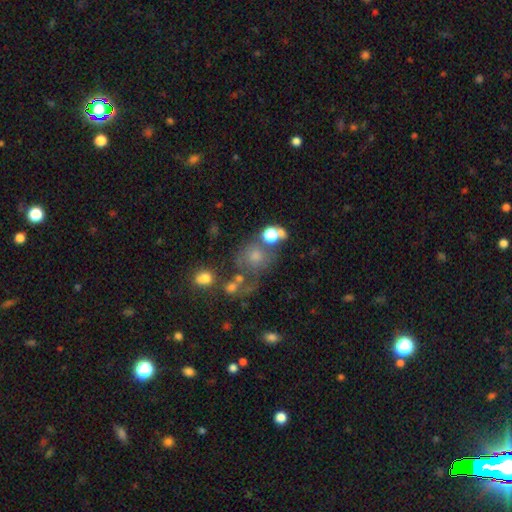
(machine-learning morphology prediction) The model was most divided on "merging": none: 44%, merger: 23%, major disturbance: 16%, minor disturbance: 16%. More confident: how rounded — round (75%); smooth or featured — smooth (57%).